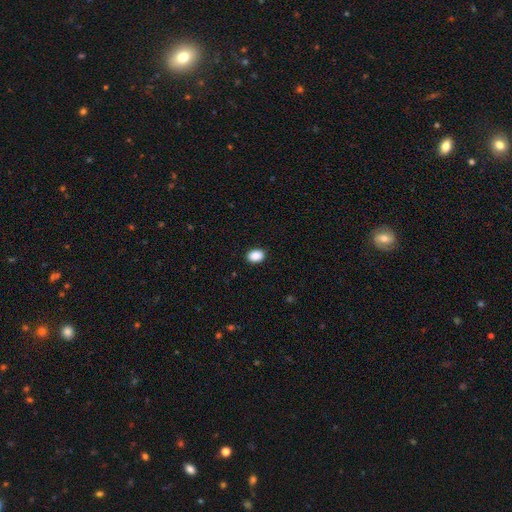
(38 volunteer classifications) This is clearly a smooth galaxy (92%). How rounded: likely in between (74%). Merging: clearly none (100%).